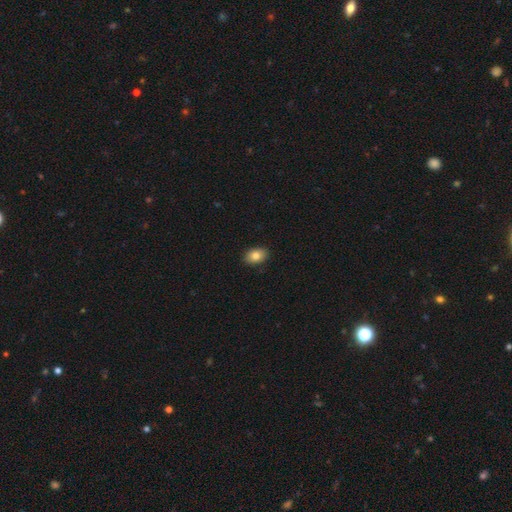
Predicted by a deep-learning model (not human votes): A smooth galaxy with no disk features (83%) that is in between round and cigar-shaped (86%).

Vote fractions:
- Smooth or featured? smooth: 83% / featured or disk: 9% / star or artifact: 8%
- How rounded? in between: 86% / round: 13% / cigar-shaped: 1%
- Merging? none: 90% / minor disturbance: 8% / major disturbance: 2% / merger: 1%